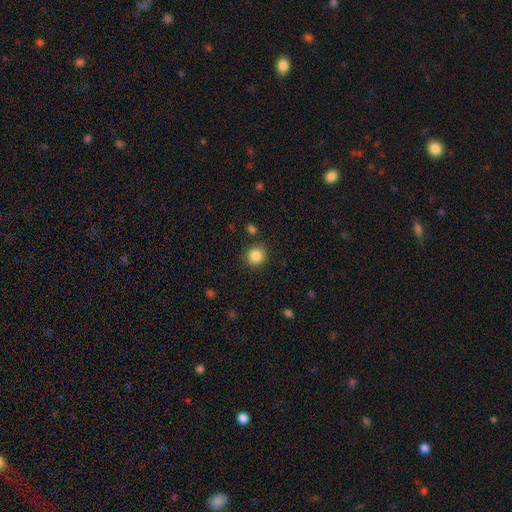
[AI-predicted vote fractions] This is clearly a smooth galaxy (86%). How rounded: clearly round (91%). Merging: clearly none (88%).